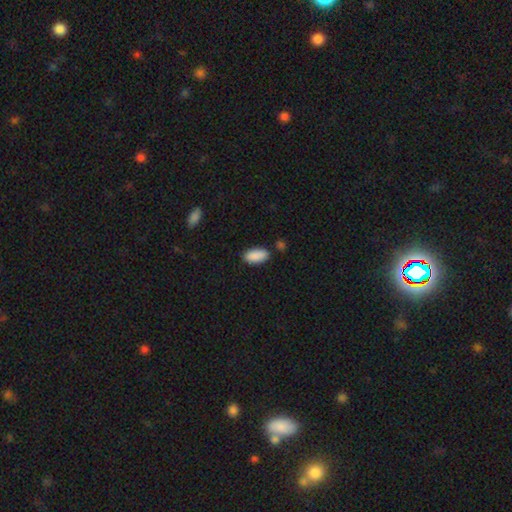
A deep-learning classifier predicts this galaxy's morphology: The model was most divided on "merging": none: 82%, minor disturbance: 12%, merger: 4%, major disturbance: 2%. More confident: smooth or featured — smooth (90%); how rounded — in between (89%).